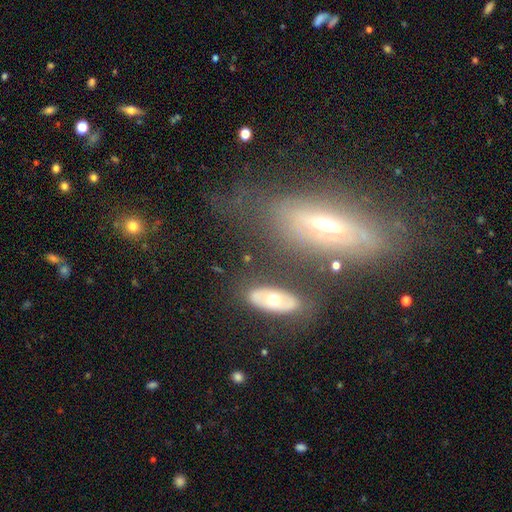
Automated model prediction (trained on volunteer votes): Overall: featured or disk (51%; smooth 35%). Edge-on disk: yes (50%, tied with no). Merging: none (59%).